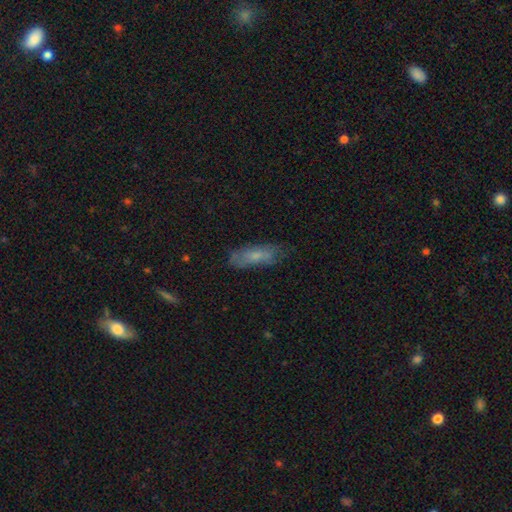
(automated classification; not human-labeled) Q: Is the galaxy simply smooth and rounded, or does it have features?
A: smooth — 63%.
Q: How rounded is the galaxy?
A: in between — 57%.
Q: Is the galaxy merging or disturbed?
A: none — 66%.